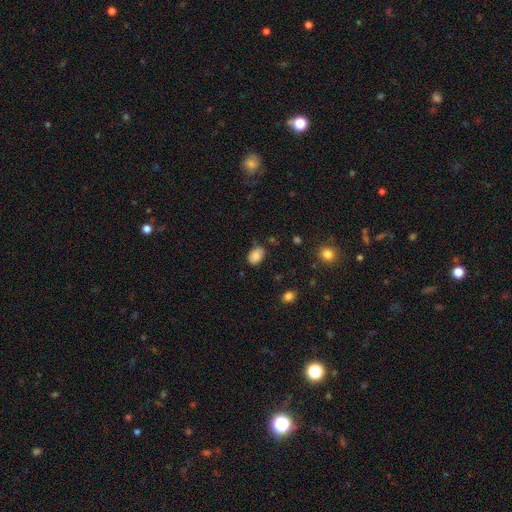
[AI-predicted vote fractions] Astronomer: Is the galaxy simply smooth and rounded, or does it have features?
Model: smooth — 83%.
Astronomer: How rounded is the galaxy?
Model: in between — 85%.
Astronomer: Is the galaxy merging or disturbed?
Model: none — 70%.